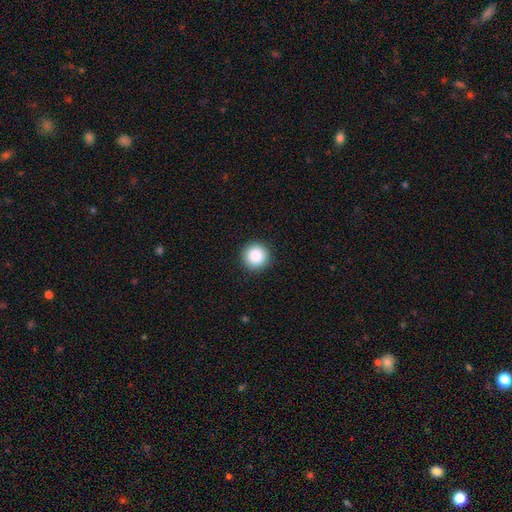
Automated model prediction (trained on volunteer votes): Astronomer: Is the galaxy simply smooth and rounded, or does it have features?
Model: smooth — 88%.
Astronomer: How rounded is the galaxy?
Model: round — 96%.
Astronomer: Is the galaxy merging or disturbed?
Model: none — 92%.